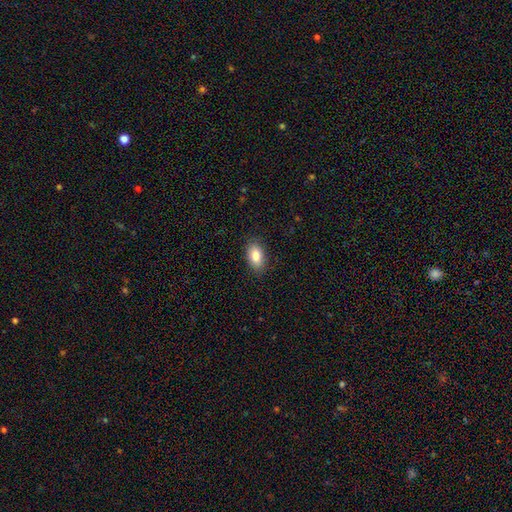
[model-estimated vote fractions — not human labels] Morphology: type=smooth (83%); roundness=in between (92%); merging=none (87%).